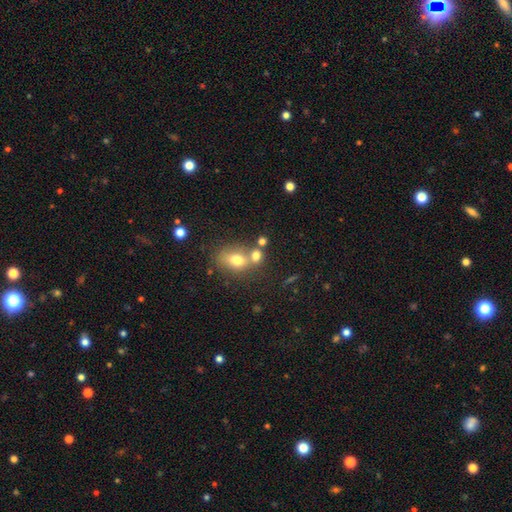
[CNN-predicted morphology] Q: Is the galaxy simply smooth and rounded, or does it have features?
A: smooth — 72%.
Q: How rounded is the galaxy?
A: round — 50%.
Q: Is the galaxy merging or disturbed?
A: merger — 43%.